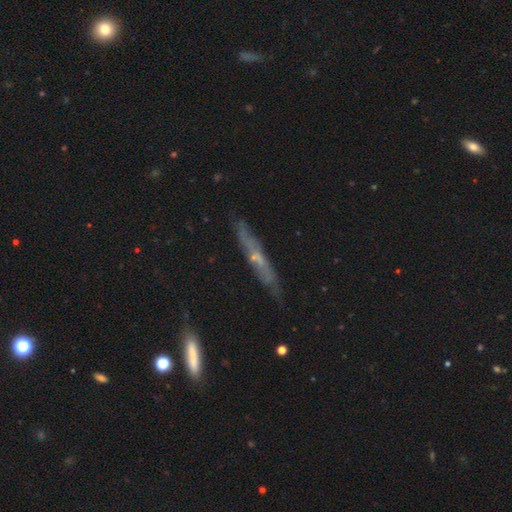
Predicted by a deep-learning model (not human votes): smooth_or_featured: featured or disk (p=0.62) [alt: smooth p=0.26]
disk_edge_on: yes (p=0.76) [alt: no p=0.24]
merging: none (p=0.81) [alt: minor disturbance p=0.14]